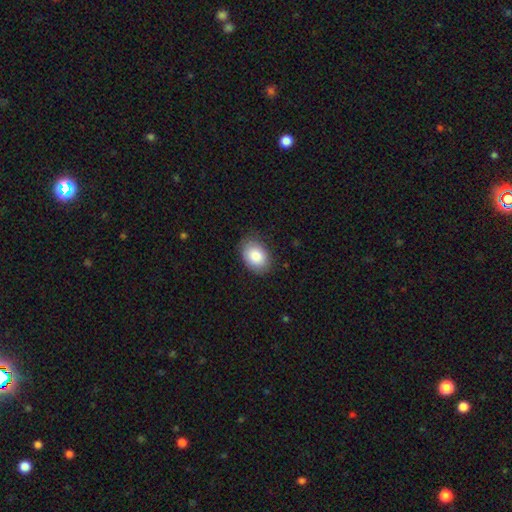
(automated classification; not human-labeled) Smooth or featured? Predicted: smooth (p=0.84). How rounded? Predicted: in between (p=0.75). Merging? Predicted: none (p=0.83).